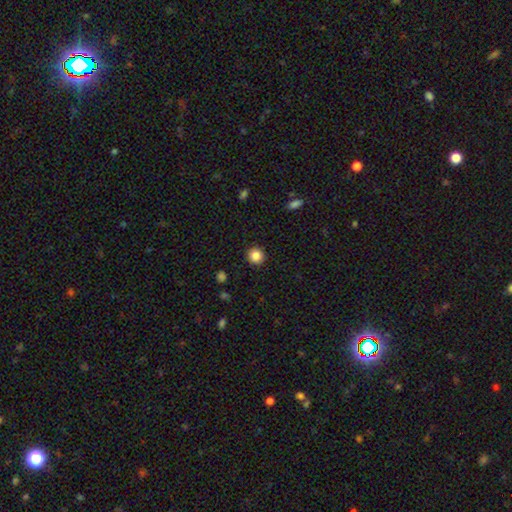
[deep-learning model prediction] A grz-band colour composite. It shows a smooth galaxy with no disk features (86%) that is round (92%). Merging: none (92%).